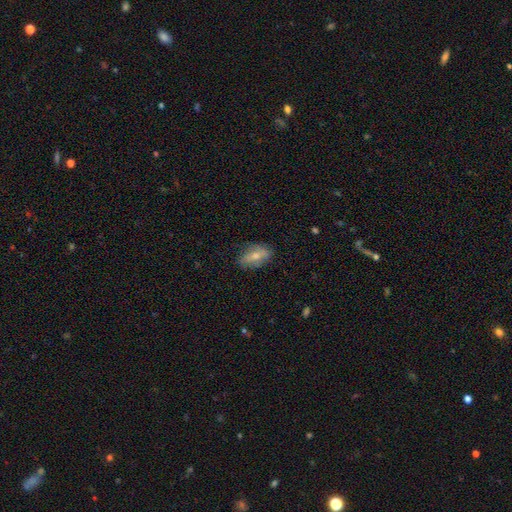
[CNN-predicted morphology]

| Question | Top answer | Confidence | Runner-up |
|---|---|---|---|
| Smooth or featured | smooth | 57% | featured or disk (35%) |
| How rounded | in between | 85% | cigar-shaped (9%) |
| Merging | none | 74% | minor disturbance (20%) |